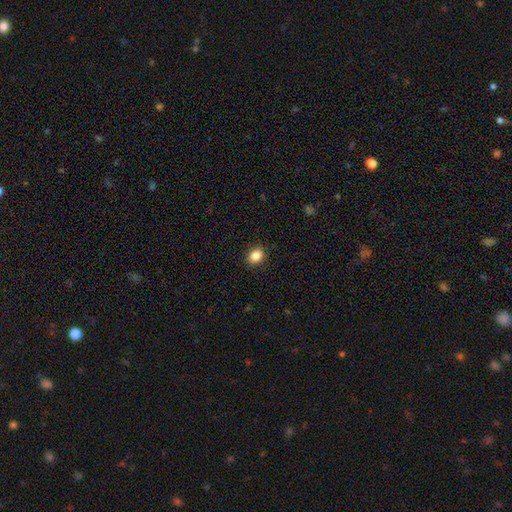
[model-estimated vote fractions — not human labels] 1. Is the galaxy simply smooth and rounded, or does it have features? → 87% smooth, 9% star or artifact, 4% featured or disk.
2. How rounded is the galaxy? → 55% in between, 44% round, 1% cigar-shaped.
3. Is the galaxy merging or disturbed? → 90% none, 7% minor disturbance, 2% major disturbance, 1% merger.